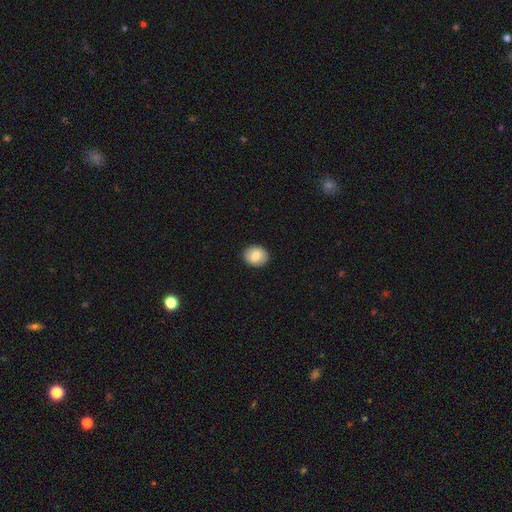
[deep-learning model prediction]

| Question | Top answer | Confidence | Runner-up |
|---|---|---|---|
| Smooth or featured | smooth | 79% | featured or disk (13%) |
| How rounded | round | 70% | in between (29%) |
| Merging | none | 91% | minor disturbance (7%) |